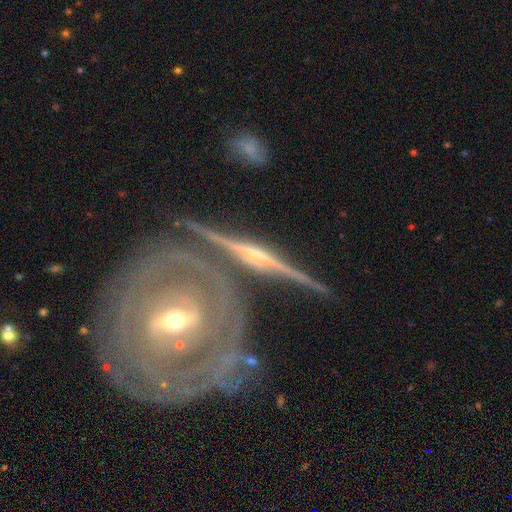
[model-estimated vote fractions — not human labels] Smooth or featured: featured or disk — 85% (smooth — 9%)
Edge-on disk: yes — 89% (no — 11%)
Edge-on bulge: rounded — 69% (none — 18%)
Merging: none — 69% (minor disturbance — 14%)